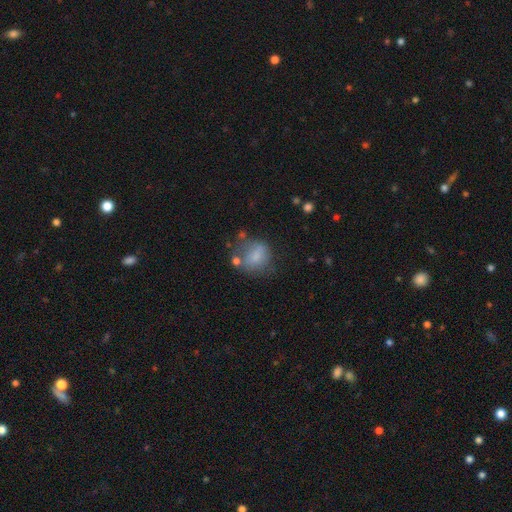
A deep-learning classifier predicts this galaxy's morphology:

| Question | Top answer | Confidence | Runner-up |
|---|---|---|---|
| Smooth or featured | smooth | 70% | featured or disk (20%) |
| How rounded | round | 59% | in between (40%) |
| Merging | none | 45% | minor disturbance (25%) |